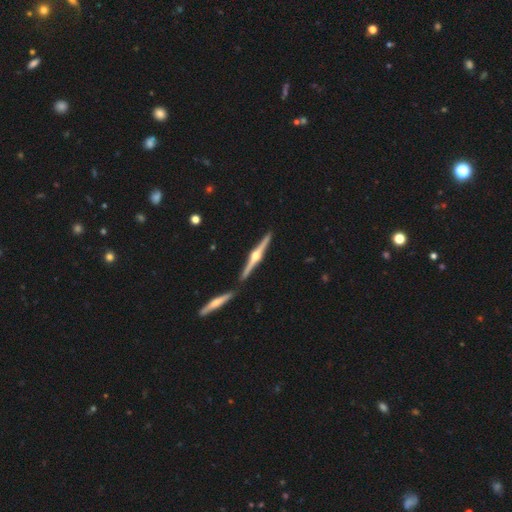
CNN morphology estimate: Smooth or featured? featured or disk (86%)
Edge-on disk? yes (99%)
Edge-on bulge? rounded (95%)
Merging? none (85%)